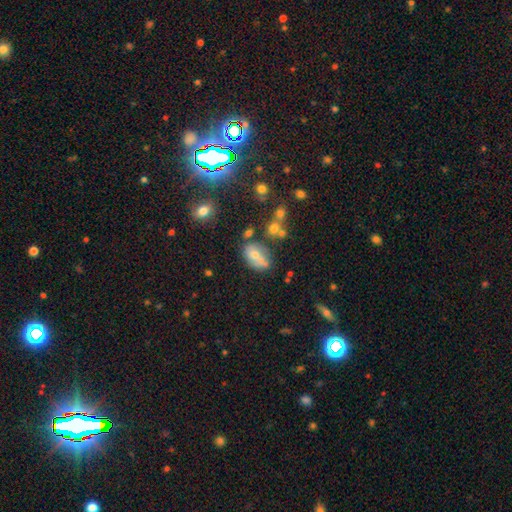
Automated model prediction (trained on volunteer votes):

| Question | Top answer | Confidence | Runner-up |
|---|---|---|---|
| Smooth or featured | smooth | 61% | featured or disk (26%) |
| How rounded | in between | 79% | round (20%) |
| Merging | none | 43% | merger (31%) |